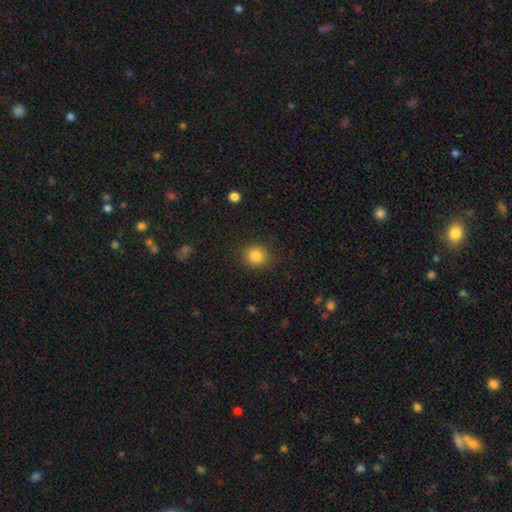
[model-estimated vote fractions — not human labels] Smooth or featured? smooth (85%)
How rounded? round (85%)
Merging? none (87%)